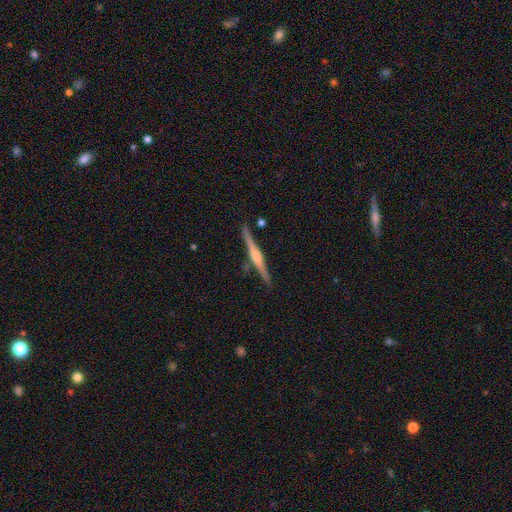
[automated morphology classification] This is likely a featured or disk galaxy (77%). It is clearly viewed edge-on (98%). Edge-on bulge: likely rounded (71%). Merging: clearly none (88%).